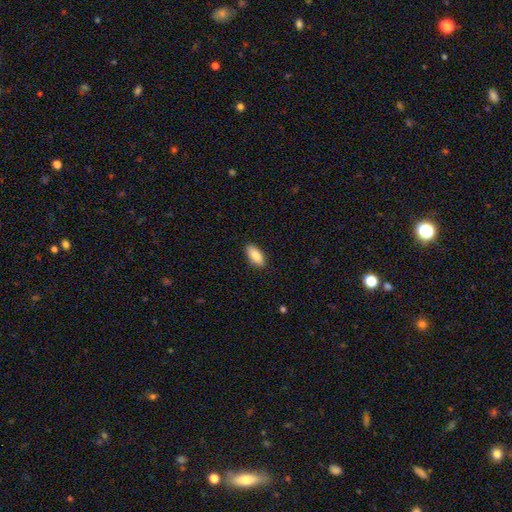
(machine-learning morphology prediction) A smooth galaxy with no disk features (88%) that is in between round and cigar-shaped (88%).

Vote fractions:
- Smooth or featured? smooth: 88% / star or artifact: 6% / featured or disk: 6%
- How rounded? in between: 88% / cigar-shaped: 10% / round: 2%
- Merging? none: 89% / minor disturbance: 9% / major disturbance: 2% / merger: 1%